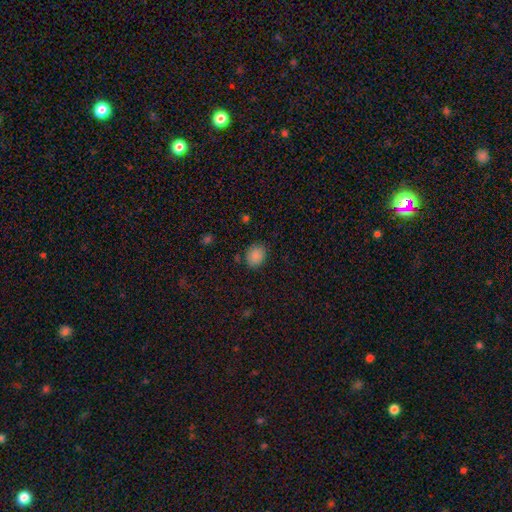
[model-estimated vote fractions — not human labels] Smooth or featured: smooth — 86% (star or artifact — 10%)
How rounded: round — 59% (in between — 40%)
Merging: none — 84% (minor disturbance — 11%)